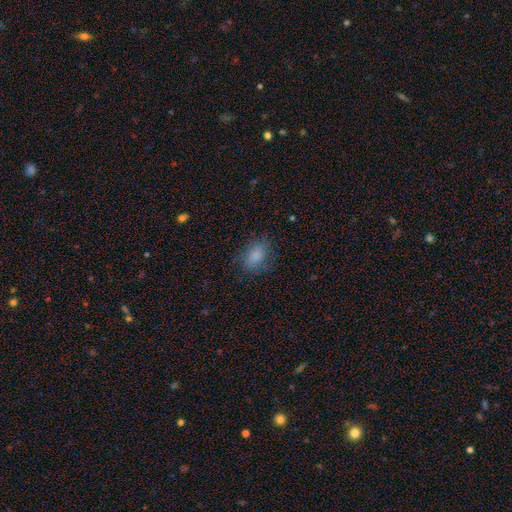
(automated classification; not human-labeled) Smooth or featured?
  - smooth: 79% *
  - featured or disk: 12%
  - star or artifact: 9%
How rounded?
  - in between: 74% *
  - round: 24%
  - cigar-shaped: 2%
Merging?
  - none: 71% *
  - minor disturbance: 19%
  - major disturbance: 9%
  - merger: 1%